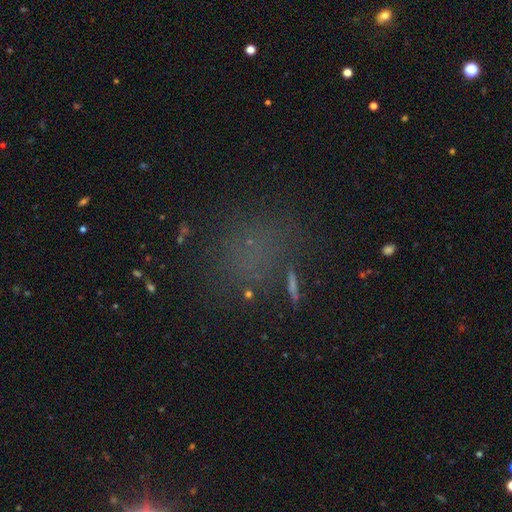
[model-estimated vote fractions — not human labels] smooth-or-featured: smooth: 45% | star or artifact: 43% | featured or disk: 12%
  merging: none: 71% | minor disturbance: 14% | major disturbance: 11% | merger: 5%